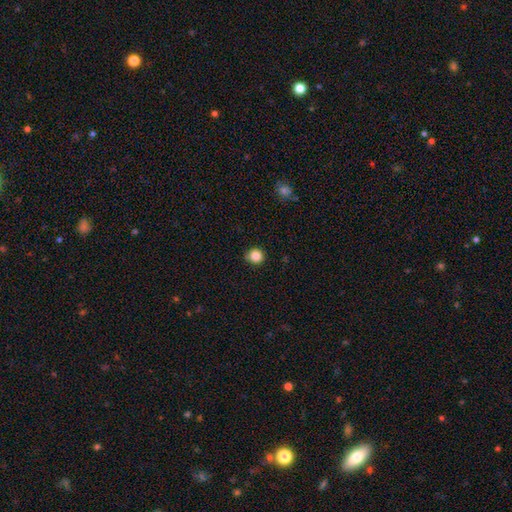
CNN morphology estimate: smooth-or-featured: smooth: 85% | star or artifact: 11% | featured or disk: 4%
  how-rounded: round: 93% | in between: 6% | cigar-shaped: 1%
  merging: none: 88% | minor disturbance: 9% | major disturbance: 2% | merger: 1%